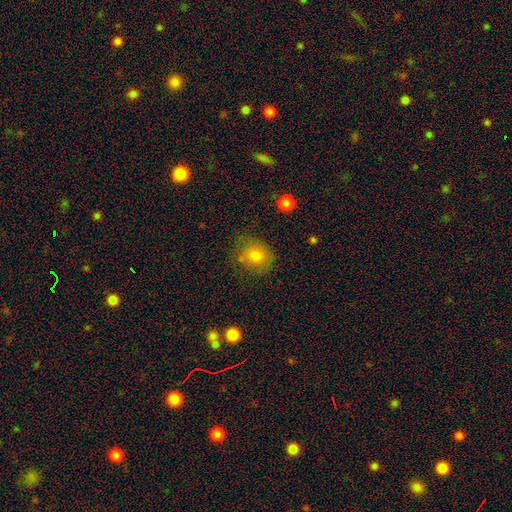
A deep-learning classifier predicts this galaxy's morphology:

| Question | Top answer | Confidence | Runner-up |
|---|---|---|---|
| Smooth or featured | smooth | 77% | star or artifact (12%) |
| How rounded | round | 78% | in between (21%) |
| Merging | none | 75% | minor disturbance (17%) |